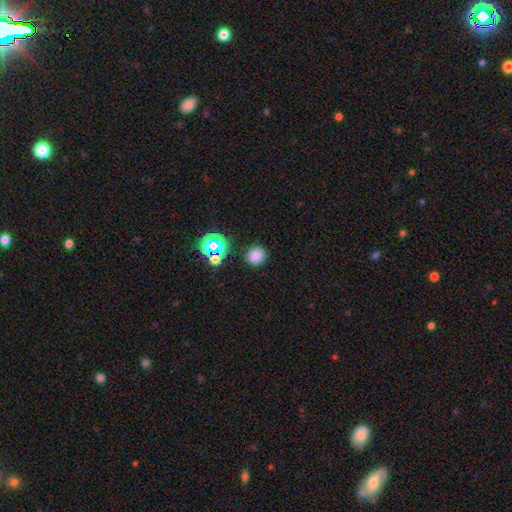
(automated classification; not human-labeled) Overall: smooth (76%). How rounded: round (89%). Merging: none (87%).